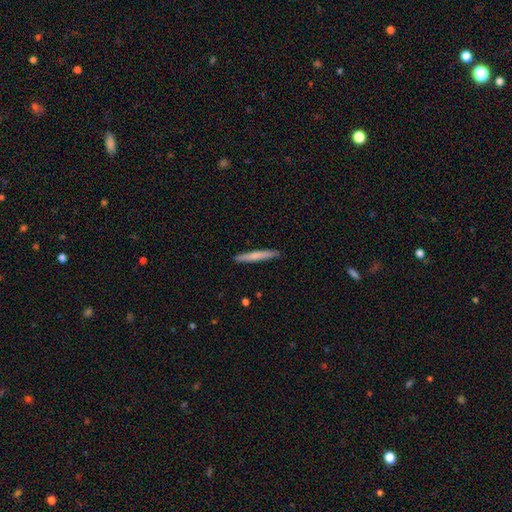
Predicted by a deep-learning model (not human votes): Morphology: type=smooth (67%); roundness=cigar-shaped (96%); merging=none (91%).